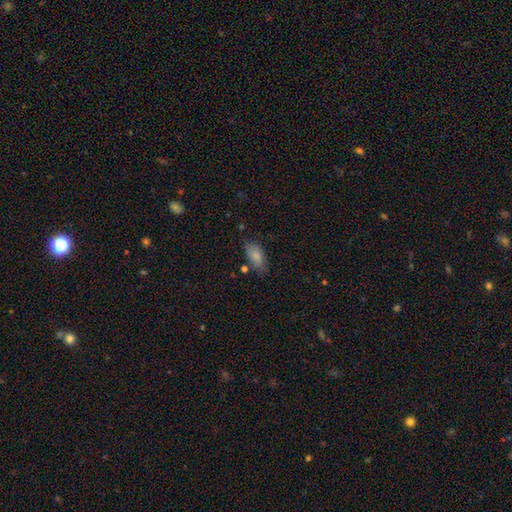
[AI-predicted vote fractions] A smooth galaxy with no disk features (83%) that is in between round and cigar-shaped (90%).

Vote fractions:
- Smooth or featured? smooth: 83% / featured or disk: 9% / star or artifact: 8%
- How rounded? in between: 90% / cigar-shaped: 7% / round: 3%
- Merging? none: 67% / minor disturbance: 22% / merger: 6% / major disturbance: 5%